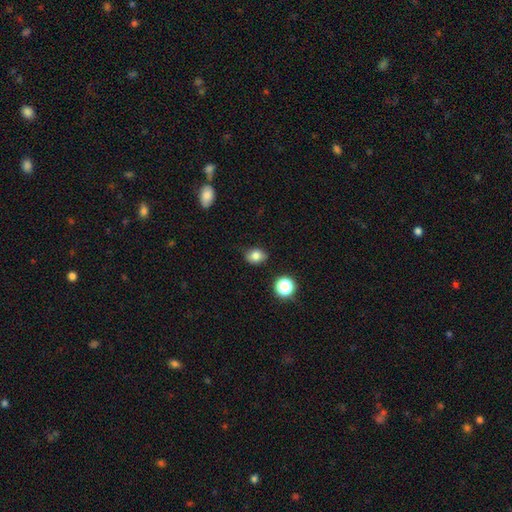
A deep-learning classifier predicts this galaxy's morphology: Q: Smooth or featured?
A: smooth (79%); runner-up: star or artifact (12%)
Q: How rounded?
A: in between (58%); runner-up: round (41%)
Q: Merging?
A: none (76%); runner-up: minor disturbance (18%)